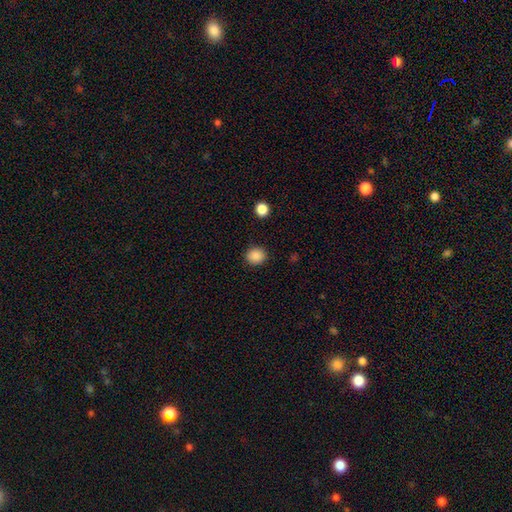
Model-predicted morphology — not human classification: Smooth or featured? Predicted: smooth (p=0.87). How rounded? Predicted: round (p=0.79). Merging? Predicted: none (p=0.90).